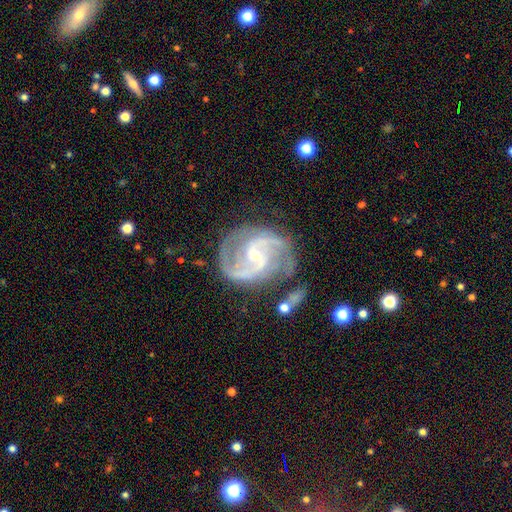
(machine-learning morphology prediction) A featured or disk galaxy (91%) with a weak bar (51%), 2 (74%) medium (57%) spiral arms (98%) and a small central bulge (65%). Merging: none (66%).